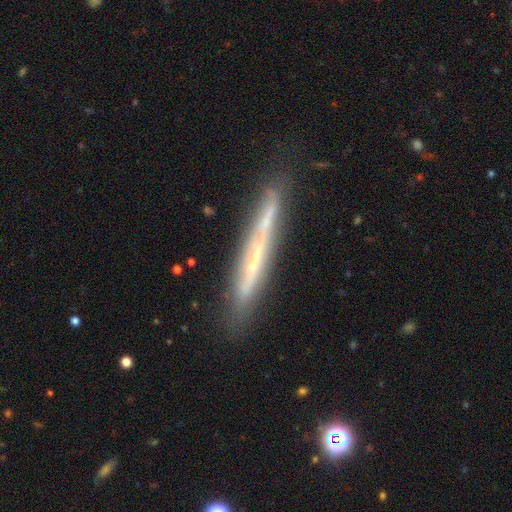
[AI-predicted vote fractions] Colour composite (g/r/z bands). It shows a featured or disk galaxy (61%) viewed edge-on (91%) with no central bulge (85%). Merging: none (83%).